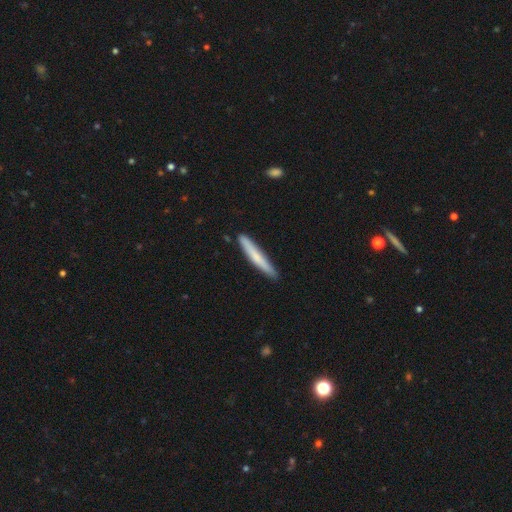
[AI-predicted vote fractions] A smooth galaxy with no disk features (66%) that is cigar-shaped (96%). Merging: none (86%).